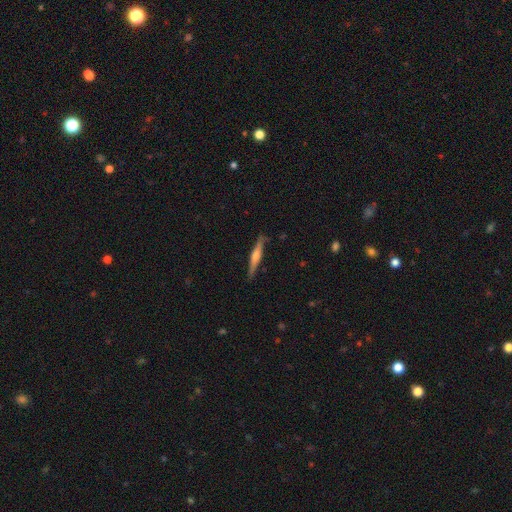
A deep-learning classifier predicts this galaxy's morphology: The model was most divided on "smooth or featured": featured or disk: 67%, smooth: 27%, star or artifact: 6%. More confident: edge-on disk — yes (97%); merging — none (87%); edge-on bulge — rounded (71%).